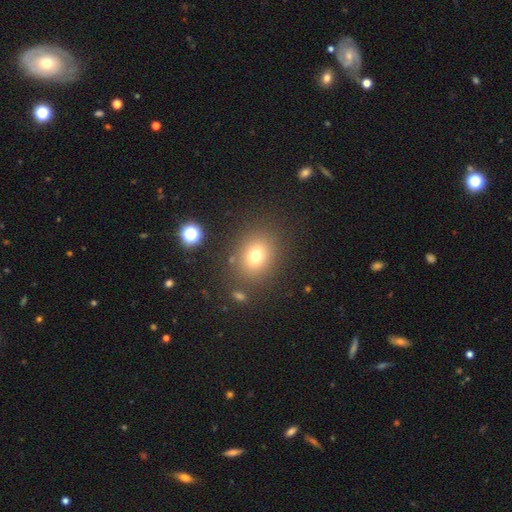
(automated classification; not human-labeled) Morphology: type=smooth (73%); roundness=round (55%); merging=none (82%).